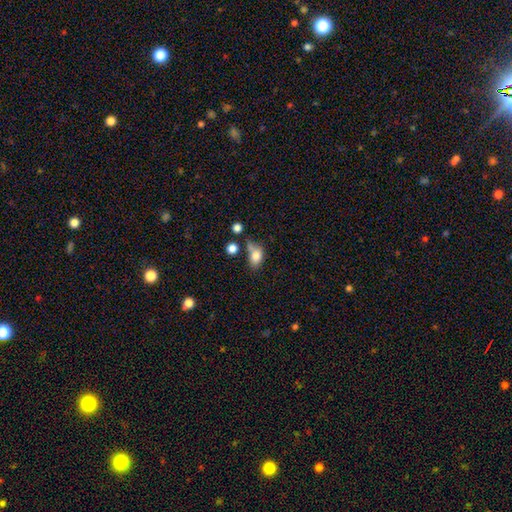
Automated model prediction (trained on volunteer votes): Smooth or featured? smooth (77%)
How rounded? in between (77%)
Merging? none (37%)